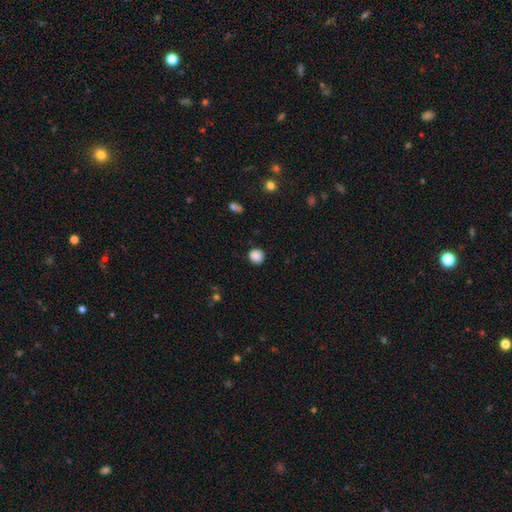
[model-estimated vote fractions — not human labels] Smooth or featured? Predicted: smooth (p=0.87). How rounded? Predicted: round (p=0.90). Merging? Predicted: none (p=0.87).